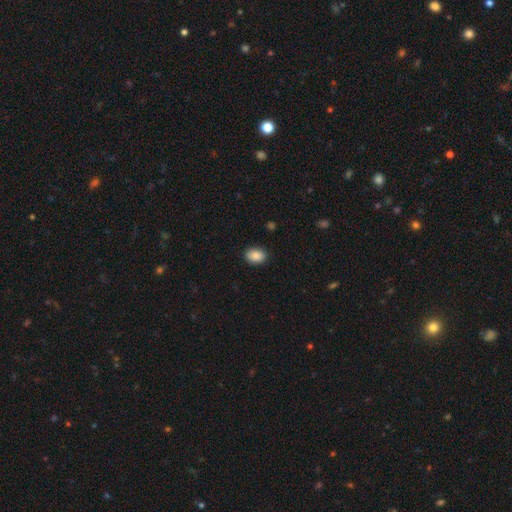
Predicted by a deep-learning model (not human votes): Smooth or featured?
  - smooth: 89% *
  - star or artifact: 8%
  - featured or disk: 3%
How rounded?
  - in between: 76% *
  - round: 23%
  - cigar-shaped: 1%
Merging?
  - none: 87% *
  - minor disturbance: 10%
  - major disturbance: 2%
  - merger: 1%